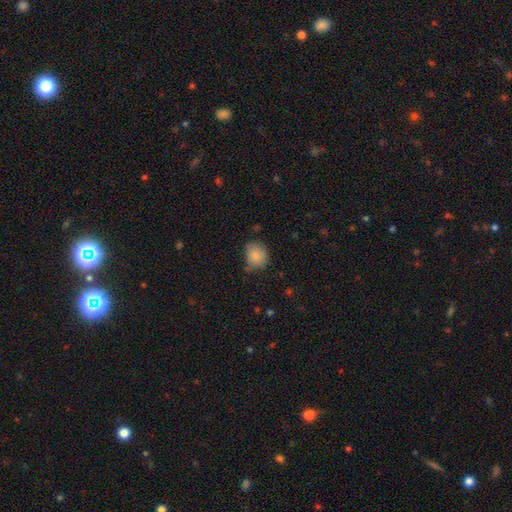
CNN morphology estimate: smooth_or_featured: smooth (p=0.84) [alt: star or artifact p=0.09]
how_rounded: round (p=0.70) [alt: in between p=0.29]
merging: none (p=0.61) [alt: minor disturbance p=0.30]